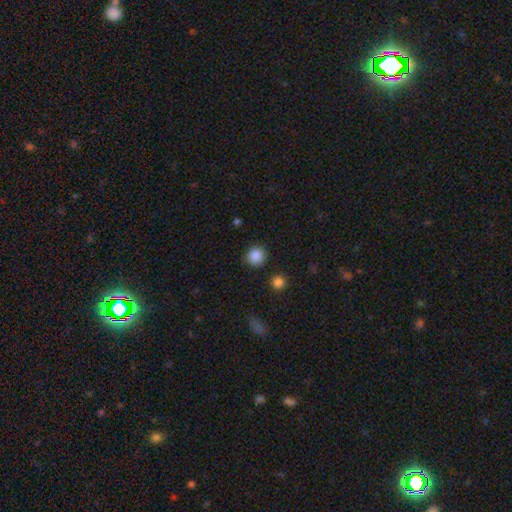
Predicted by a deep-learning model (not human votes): smooth 87%, star or artifact 10%, featured or disk 3%. Down the decision tree: how rounded — round (91%); merging — none (87%).